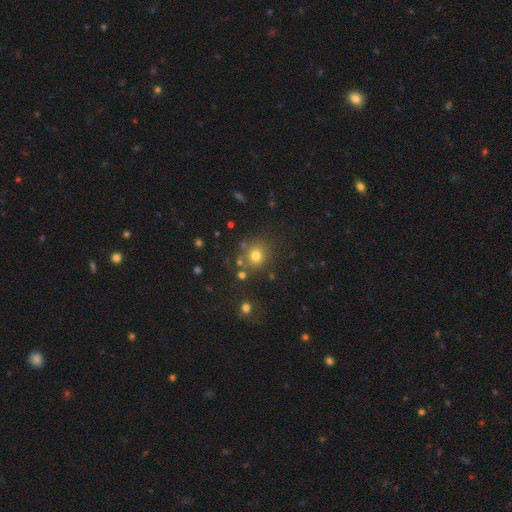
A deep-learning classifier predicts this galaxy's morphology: smooth 74%, star or artifact 18%, featured or disk 9%. Down the decision tree: how rounded — round (84%); merging — none (77%).